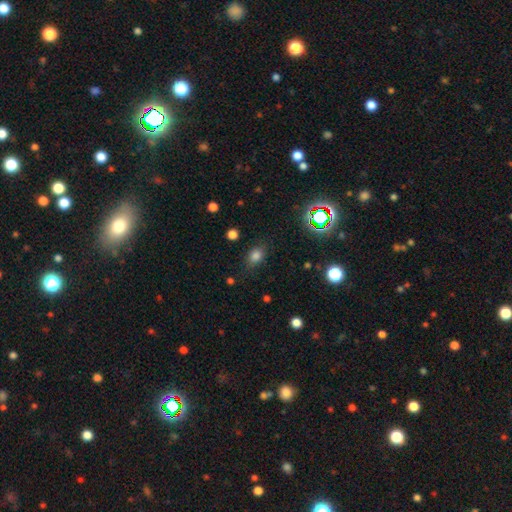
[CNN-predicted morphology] Smooth or featured? smooth (76%)
How rounded? in between (58%)
Merging? none (77%)